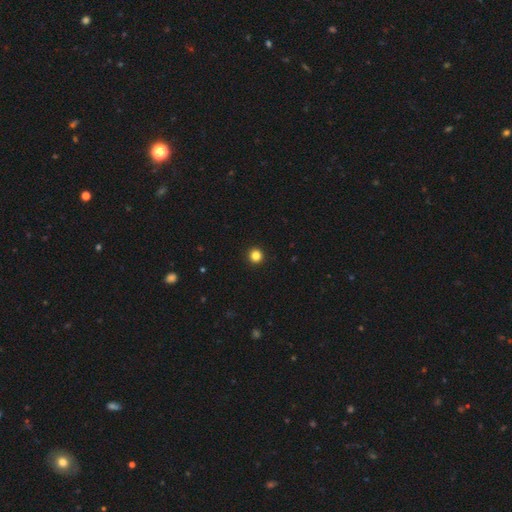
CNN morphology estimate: This is clearly a smooth galaxy (83%). How rounded: clearly round (96%). Merging: clearly none (94%).